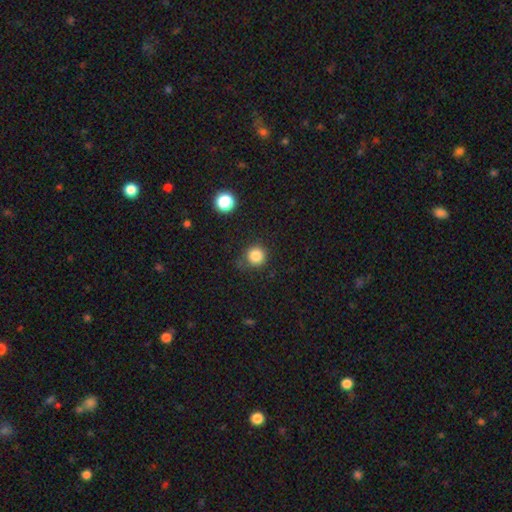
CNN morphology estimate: Overall: smooth (84%). How rounded: round (94%). Merging: none (83%).